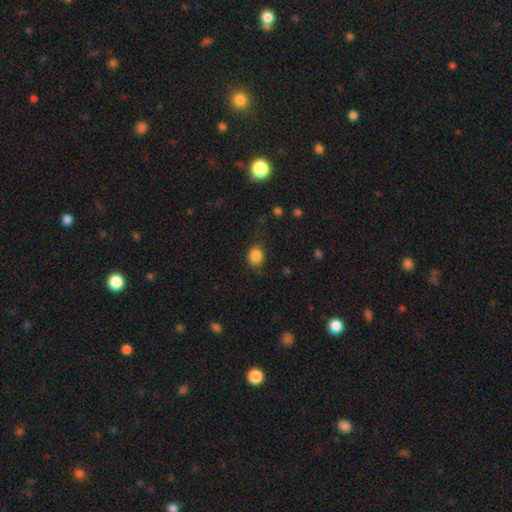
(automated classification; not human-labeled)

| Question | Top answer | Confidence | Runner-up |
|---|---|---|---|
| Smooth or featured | smooth | 86% | star or artifact (10%) |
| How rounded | round | 67% | in between (32%) |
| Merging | none | 78% | minor disturbance (16%) |